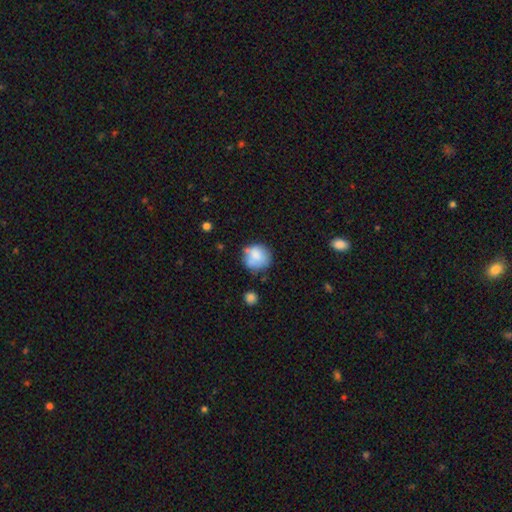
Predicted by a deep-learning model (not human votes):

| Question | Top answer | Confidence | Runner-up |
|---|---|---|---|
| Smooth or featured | smooth | 78% | featured or disk (13%) |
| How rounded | round | 85% | in between (14%) |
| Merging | none | 61% | minor disturbance (24%) |